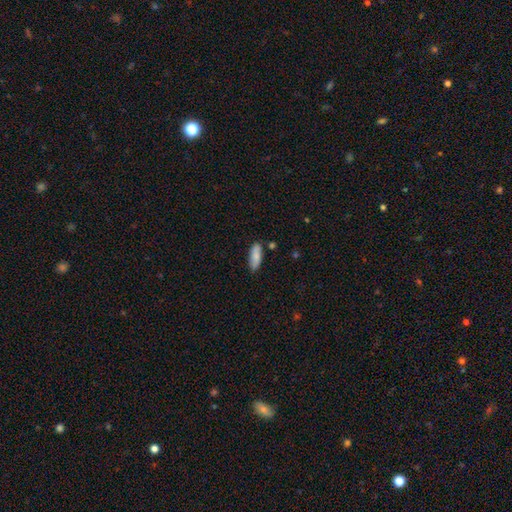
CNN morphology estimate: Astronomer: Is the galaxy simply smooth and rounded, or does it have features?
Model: smooth — 80%.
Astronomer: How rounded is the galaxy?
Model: in between — 74%.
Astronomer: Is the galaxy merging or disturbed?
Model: none — 81%.